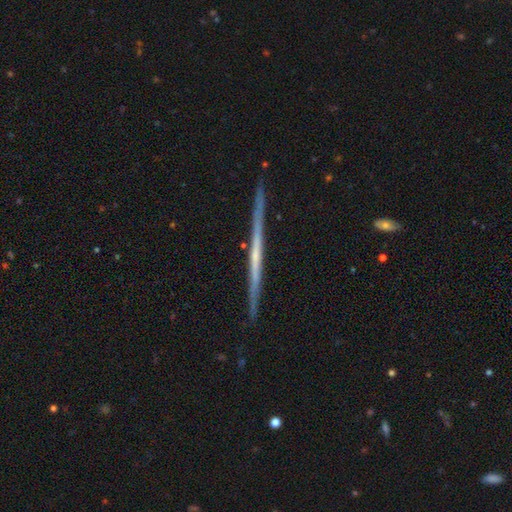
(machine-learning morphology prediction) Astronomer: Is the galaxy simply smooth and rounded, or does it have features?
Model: featured or disk — 70%.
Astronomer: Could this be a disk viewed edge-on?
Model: yes — 98%.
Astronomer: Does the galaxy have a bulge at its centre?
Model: none — 83%.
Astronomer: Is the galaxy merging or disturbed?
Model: none — 90%.